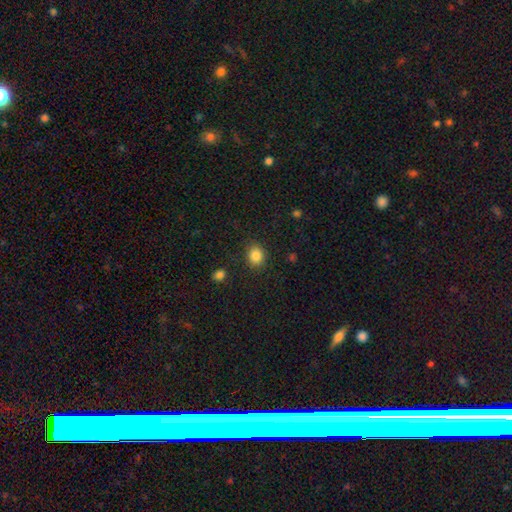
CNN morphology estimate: smooth-or-featured: smooth: 86% | star or artifact: 10% | featured or disk: 4%
  how-rounded: round: 65% | in between: 34% | cigar-shaped: 1%
  merging: none: 86% | minor disturbance: 9% | major disturbance: 3% | merger: 2%